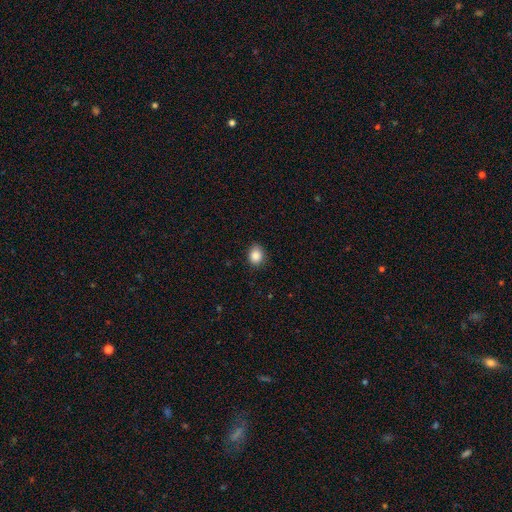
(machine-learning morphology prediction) This appears to be a smooth galaxy with no disk features (87%) that is round (54%). Merging: none (80%).